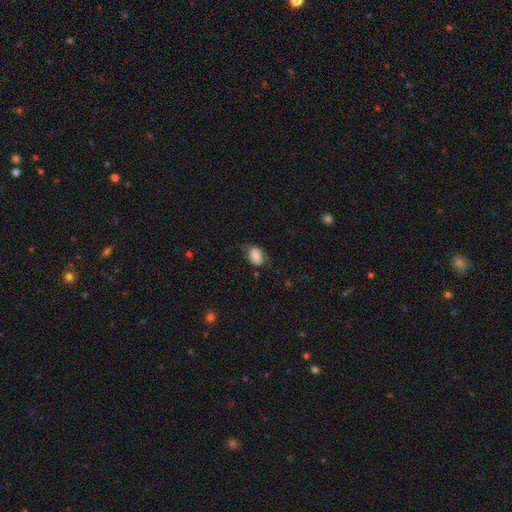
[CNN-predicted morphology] Smooth or featured? Predicted: smooth (p=0.76). How rounded? Predicted: in between (p=0.83). Merging? Predicted: none (p=0.54).